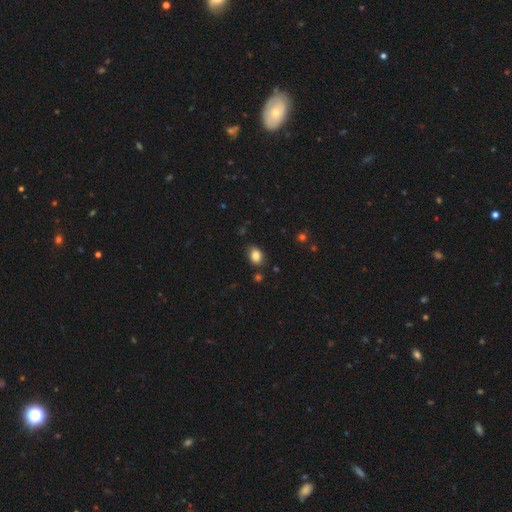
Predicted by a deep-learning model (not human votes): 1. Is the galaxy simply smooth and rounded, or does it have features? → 84% smooth, 10% star or artifact, 7% featured or disk.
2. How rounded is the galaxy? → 72% in between, 27% round, 1% cigar-shaped.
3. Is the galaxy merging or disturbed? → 80% none, 15% minor disturbance, 3% merger, 3% major disturbance.